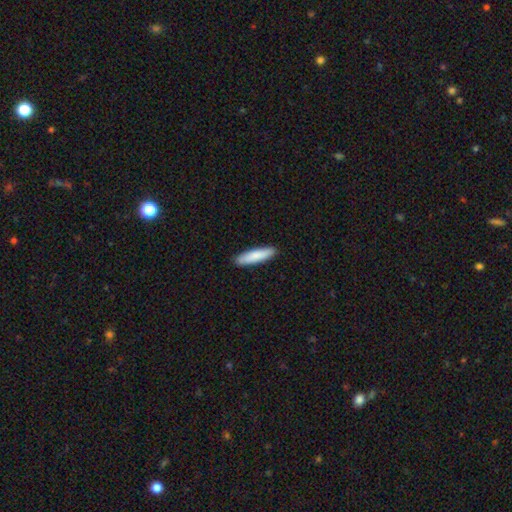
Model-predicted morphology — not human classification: Smooth or featured? smooth (85%)
How rounded? cigar-shaped (79%)
Merging? none (91%)